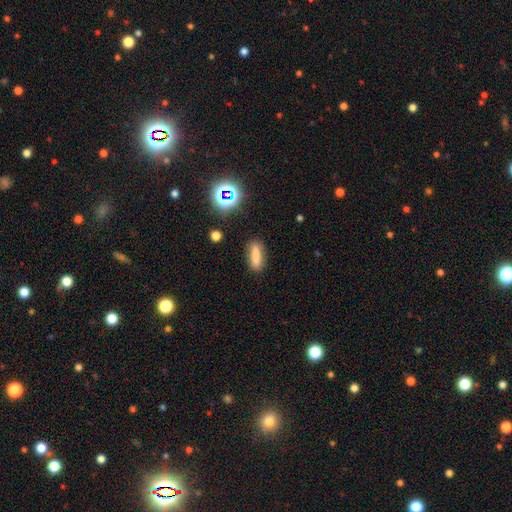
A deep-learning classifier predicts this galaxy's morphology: This is likely a smooth galaxy (78%). How rounded: possibly cigar-shaped (49%). Merging: clearly none (83%).